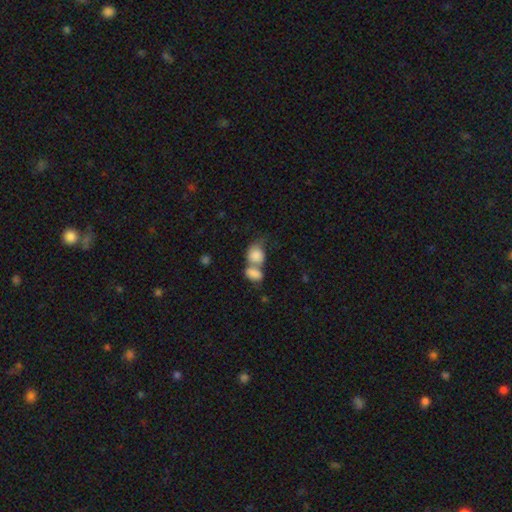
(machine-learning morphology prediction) Smooth or featured? Predicted: smooth (p=0.82). How rounded? Predicted: in between (p=0.59). Merging? Predicted: merger (p=0.69).